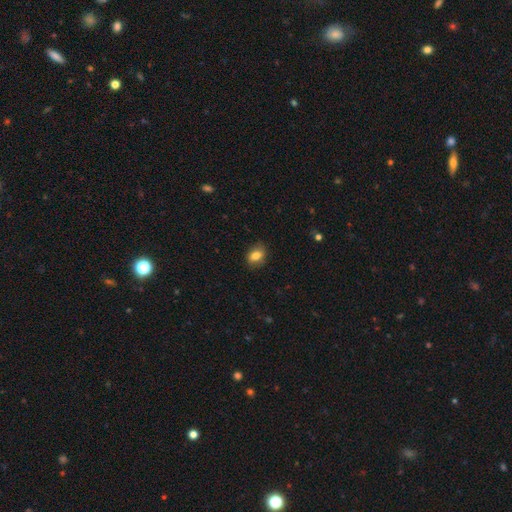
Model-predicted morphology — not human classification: Smooth or featured? Predicted: smooth (p=0.81). How rounded? Predicted: in between (p=0.74). Merging? Predicted: none (p=0.80).